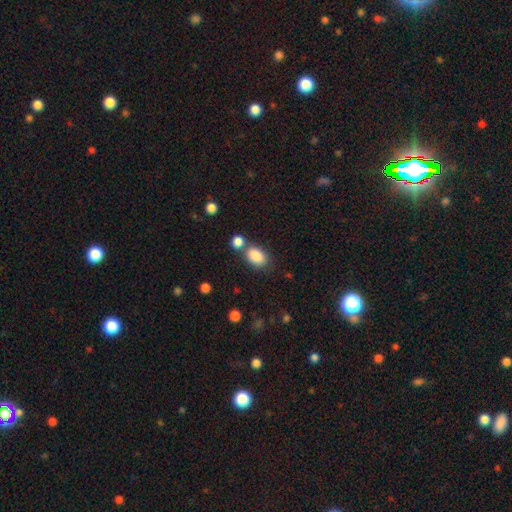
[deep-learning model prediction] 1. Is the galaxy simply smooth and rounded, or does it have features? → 87% smooth, 8% star or artifact, 5% featured or disk.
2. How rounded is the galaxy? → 84% in between, 15% round, 1% cigar-shaped.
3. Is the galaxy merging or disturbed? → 62% none, 20% merger, 14% minor disturbance, 4% major disturbance.